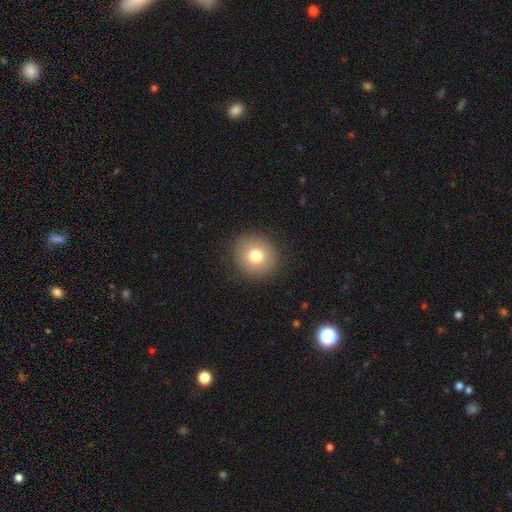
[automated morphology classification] A smooth galaxy with no disk features (77%) that is round (89%).

Vote fractions:
- Smooth or featured? smooth: 77% / featured or disk: 12% / star or artifact: 11%
- How rounded? round: 89% / in between: 10% / cigar-shaped: 1%
- Merging? none: 90% / minor disturbance: 6% / major disturbance: 3% / merger: 1%